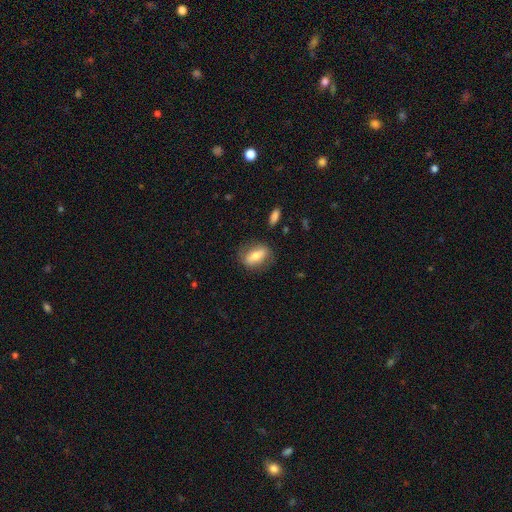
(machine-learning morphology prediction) This appears to be a smooth galaxy with no disk features (62%) that is in between round and cigar-shaped (74%). Merging: none (77%).